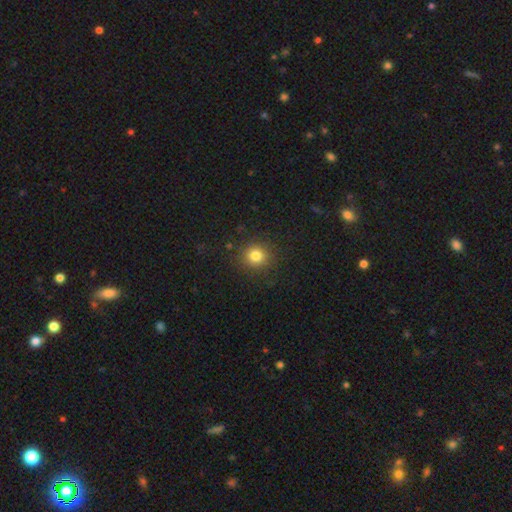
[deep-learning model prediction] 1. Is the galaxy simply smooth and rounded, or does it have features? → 80% smooth, 14% star or artifact, 6% featured or disk.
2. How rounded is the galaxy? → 90% round, 9% in between, 1% cigar-shaped.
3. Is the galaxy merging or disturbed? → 87% none, 8% minor disturbance, 3% major disturbance, 1% merger.